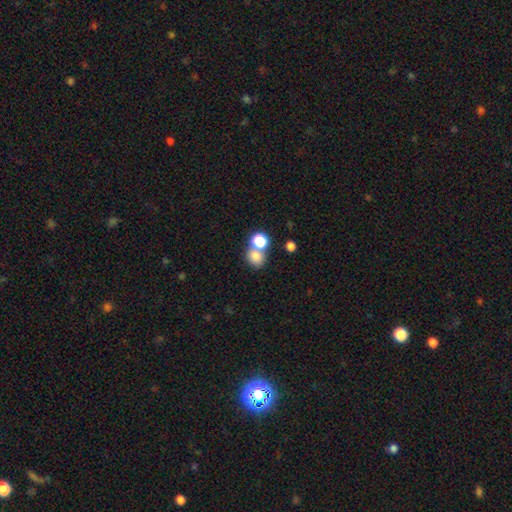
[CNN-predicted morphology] This is likely a smooth galaxy (77%). How rounded: likely round (69%). Merging: possibly none (45%).